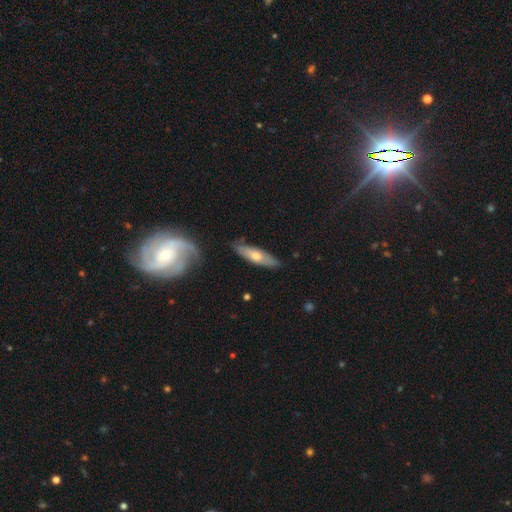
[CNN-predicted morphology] smooth-or-featured: smooth: 52% | featured or disk: 42% | star or artifact: 6%
  how-rounded: cigar-shaped: 66% | in between: 32% | round: 2%
  merging: none: 82% | minor disturbance: 14% | major disturbance: 3% | merger: 2%